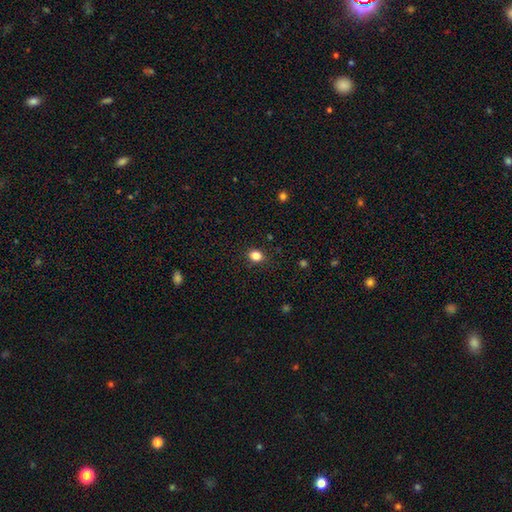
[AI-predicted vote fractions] Morphology: type=smooth (83%); roundness=round (67%); merging=none (88%).